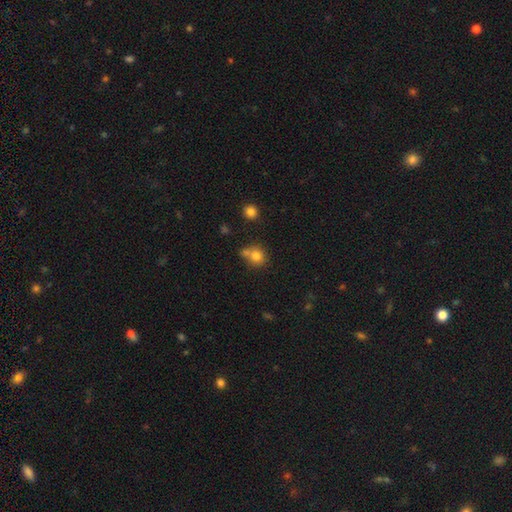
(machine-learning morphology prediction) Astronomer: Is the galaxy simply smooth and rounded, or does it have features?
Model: smooth — 80%.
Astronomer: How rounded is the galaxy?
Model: round — 80%.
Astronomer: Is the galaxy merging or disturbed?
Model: none — 52% (runner-up: merger, 31%).